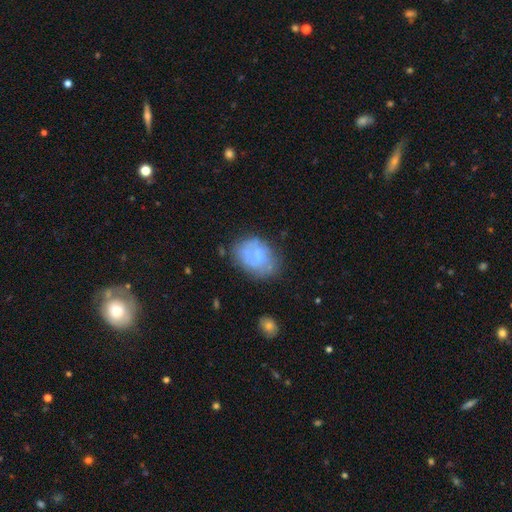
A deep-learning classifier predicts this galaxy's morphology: smooth-or-featured: featured or disk: 50% | smooth: 41% | star or artifact: 9%
  merging: none: 56% | minor disturbance: 24% | major disturbance: 13% | merger: 6%